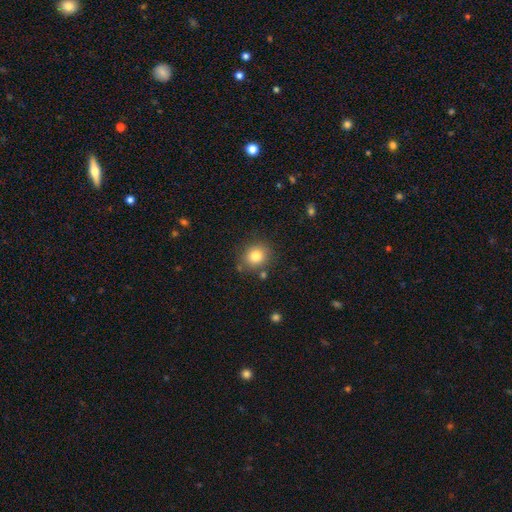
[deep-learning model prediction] A smooth galaxy with no disk features (82%) that is round (79%).

Vote fractions:
- Smooth or featured? smooth: 82% / star or artifact: 11% / featured or disk: 7%
- How rounded? round: 79% / in between: 20% / cigar-shaped: 1%
- Merging? none: 81% / minor disturbance: 11% / merger: 5% / major disturbance: 3%